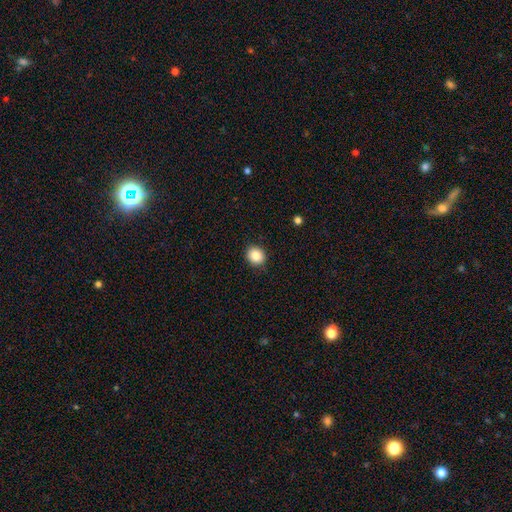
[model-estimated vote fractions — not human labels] smooth-or-featured: smooth: 85% | star or artifact: 9% | featured or disk: 5%
  how-rounded: round: 73% | in between: 26% | cigar-shaped: 1%
  merging: none: 90% | minor disturbance: 7% | major disturbance: 2% | merger: 1%